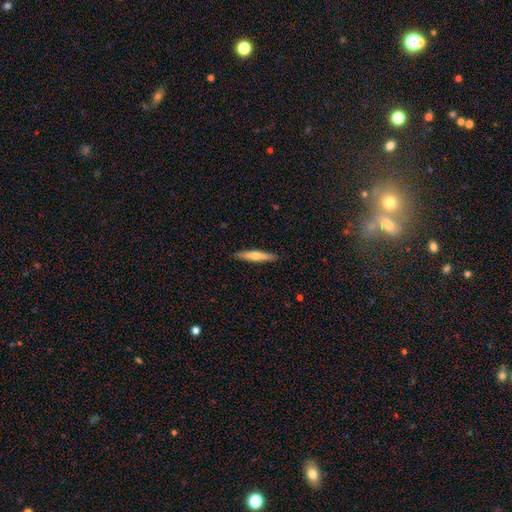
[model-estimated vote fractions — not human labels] smooth-or-featured: smooth: 58% | featured or disk: 37% | star or artifact: 5%
  how-rounded: cigar-shaped: 91% | in between: 7% | round: 1%
  merging: none: 90% | minor disturbance: 7% | major disturbance: 1% | merger: 1%